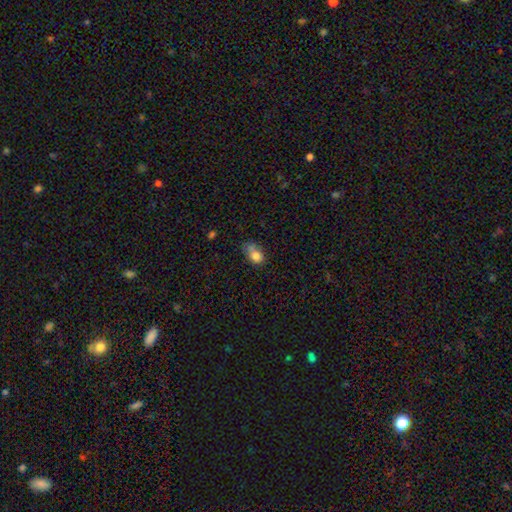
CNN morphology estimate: Q: Smooth or featured?
A: smooth (78%); runner-up: featured or disk (11%)
Q: How rounded?
A: in between (71%); runner-up: round (27%)
Q: Merging?
A: none (34%); tied with: minor disturbance (34%)